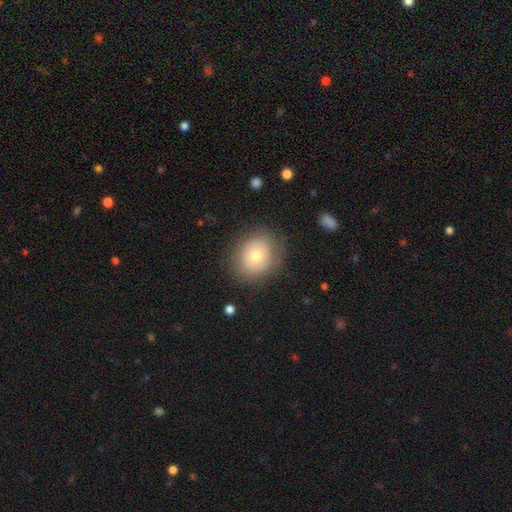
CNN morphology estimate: Smooth or featured?
  - smooth: 70% *
  - featured or disk: 21%
  - star or artifact: 10%
How rounded?
  - round: 69% *
  - in between: 30%
  - cigar-shaped: 1%
Merging?
  - none: 79% *
  - minor disturbance: 14%
  - major disturbance: 6%
  - merger: 1%